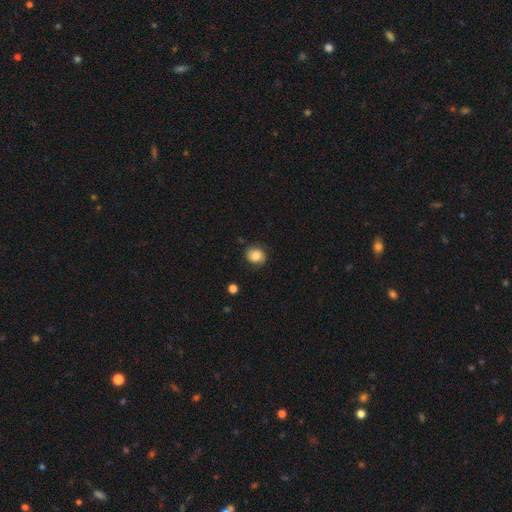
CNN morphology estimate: Smooth or featured: smooth — 77% (featured or disk — 14%)
How rounded: round — 68% (in between — 31%)
Merging: none — 73% (minor disturbance — 20%)